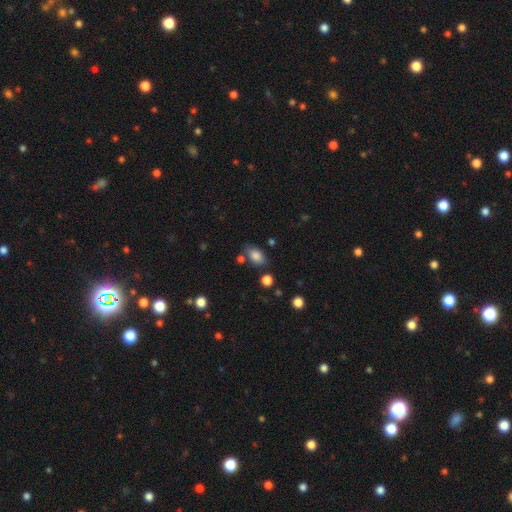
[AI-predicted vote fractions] Morphology: type=smooth (83%); roundness=in between (87%); merging=none (72%).